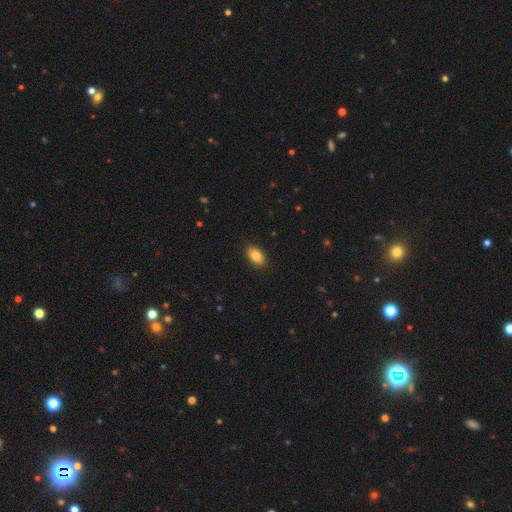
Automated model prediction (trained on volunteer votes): Morphology: type=smooth (85%); roundness=in between (91%); merging=none (89%).